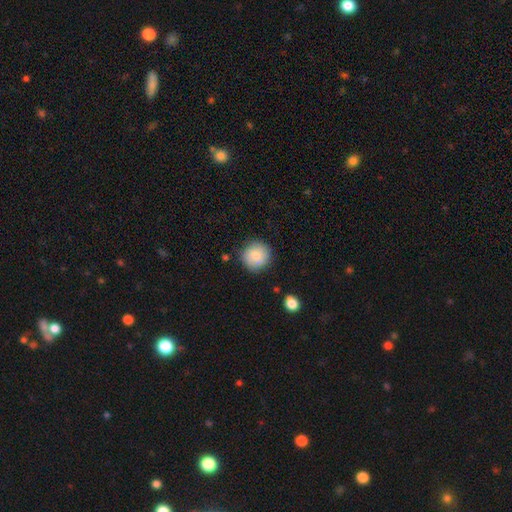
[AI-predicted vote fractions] Q: Smooth or featured?
A: smooth (84%); runner-up: featured or disk (8%)
Q: How rounded?
A: round (93%); runner-up: in between (6%)
Q: Merging?
A: none (80%); runner-up: minor disturbance (14%)